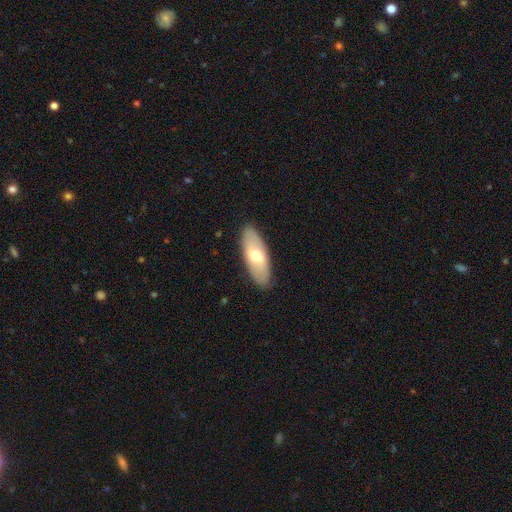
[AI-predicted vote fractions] Smooth or featured?
  - smooth: 60% *
  - featured or disk: 35%
  - star or artifact: 5%
How rounded?
  - in between: 79% *
  - cigar-shaped: 19%
  - round: 2%
Merging?
  - none: 88% *
  - minor disturbance: 9%
  - major disturbance: 2%
  - merger: 1%